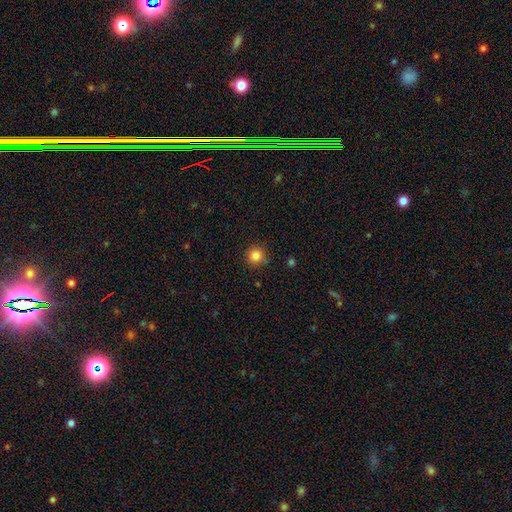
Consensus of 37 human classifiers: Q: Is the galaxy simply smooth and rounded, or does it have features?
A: smooth — 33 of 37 (89%).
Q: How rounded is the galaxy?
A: round — 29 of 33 (88%).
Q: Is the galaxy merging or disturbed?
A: none — 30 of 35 (86%).